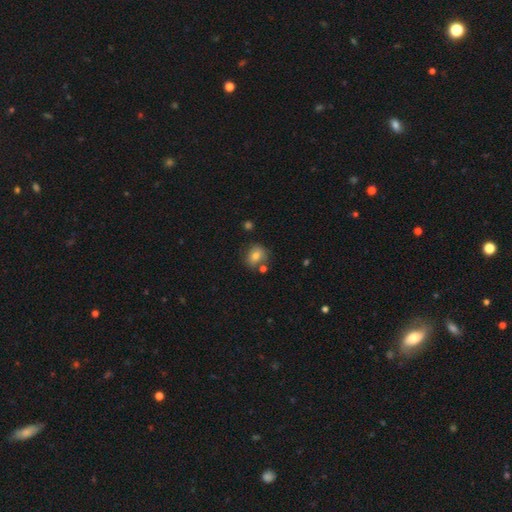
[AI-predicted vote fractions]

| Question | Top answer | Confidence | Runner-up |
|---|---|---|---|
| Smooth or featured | smooth | 76% | featured or disk (14%) |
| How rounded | round | 62% | in between (37%) |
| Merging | none | 72% | minor disturbance (14%) |